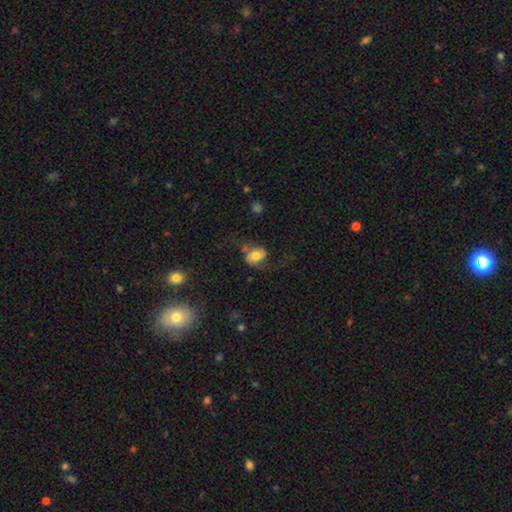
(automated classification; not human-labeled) Morphology: type=smooth (47%); merging=none (53%).